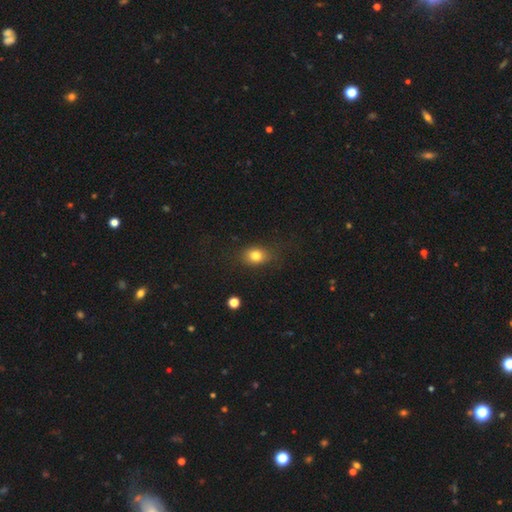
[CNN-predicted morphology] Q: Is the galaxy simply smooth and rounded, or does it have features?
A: smooth — 80%.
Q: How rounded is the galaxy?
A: in between — 59%.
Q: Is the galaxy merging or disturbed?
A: none — 78%.